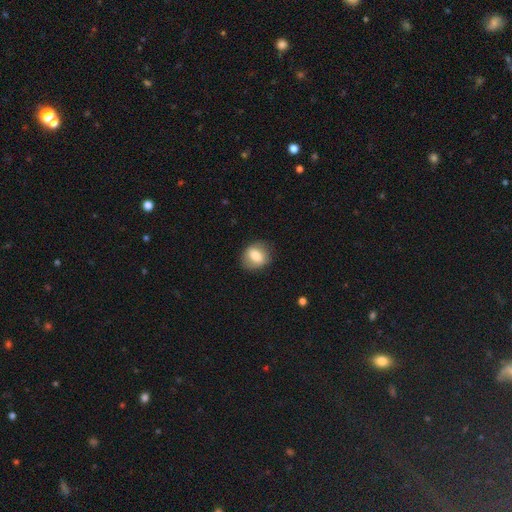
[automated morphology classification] type=smooth (73%); roundness=round (54%); merging=none (82%).